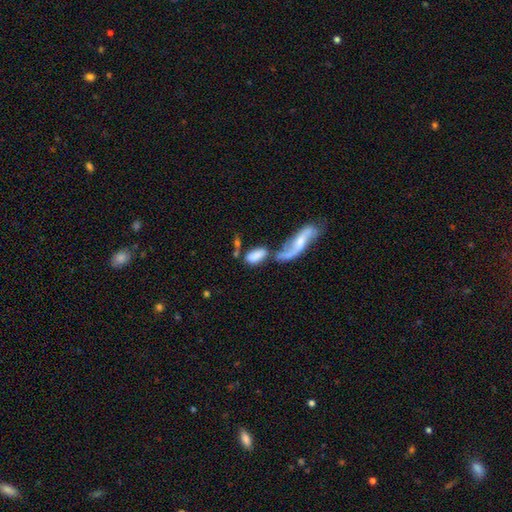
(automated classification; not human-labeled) Smooth or featured? smooth (73%)
How rounded? in between (82%)
Merging? merger (49%)